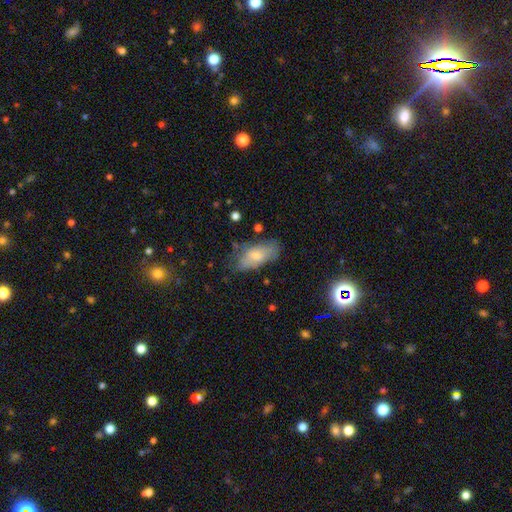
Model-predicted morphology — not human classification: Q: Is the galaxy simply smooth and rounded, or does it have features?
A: smooth — 71%.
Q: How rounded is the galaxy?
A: in between — 89%.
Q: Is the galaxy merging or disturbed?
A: none — 60%.